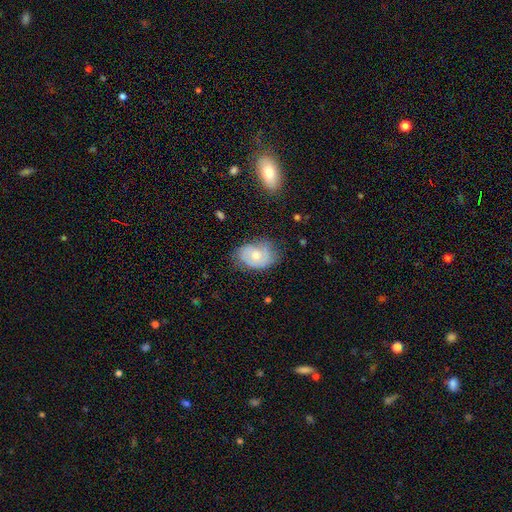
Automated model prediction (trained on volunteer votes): smooth_or_featured: featured or disk (p=0.52) [alt: smooth p=0.41]
disk_edge_on: no (p=0.96) [alt: yes p=0.04]
merging: none (p=0.62) [alt: minor disturbance p=0.27]